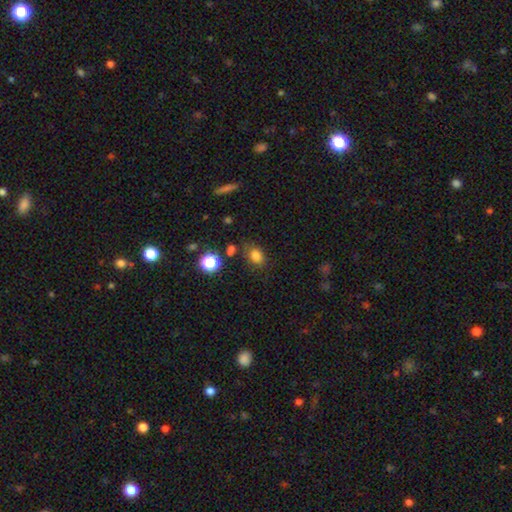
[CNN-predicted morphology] smooth-or-featured: smooth: 79% | star or artifact: 15% | featured or disk: 6%
  how-rounded: in between: 56% | round: 43% | cigar-shaped: 1%
  merging: none: 75% | minor disturbance: 15% | merger: 5% | major disturbance: 5%